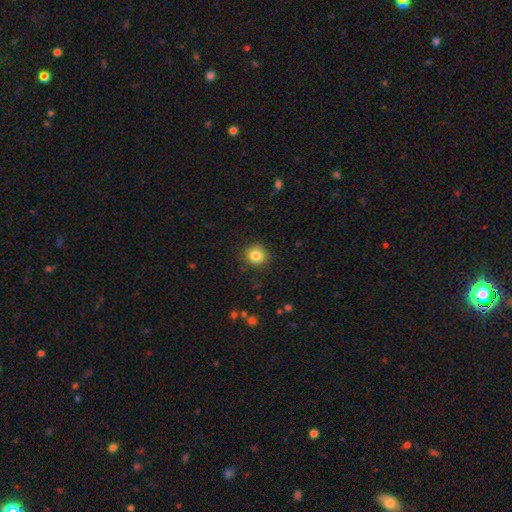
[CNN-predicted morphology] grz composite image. It shows a smooth galaxy with no disk features (84%) that is round (87%). Merging: none (88%).